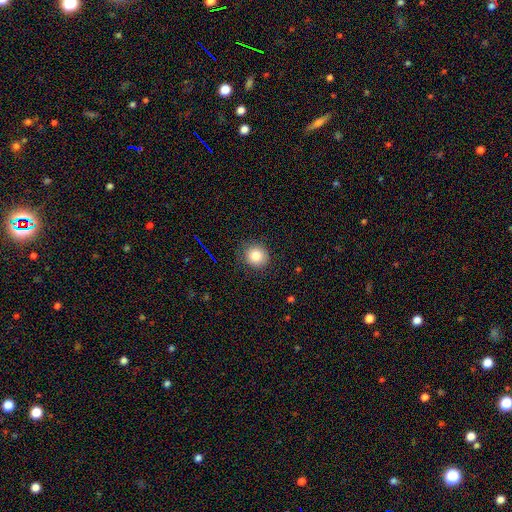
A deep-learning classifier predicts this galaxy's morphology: The model was most divided on "smooth or featured": smooth: 83%, star or artifact: 11%, featured or disk: 7%. More confident: how rounded — round (88%); merging — none (86%).